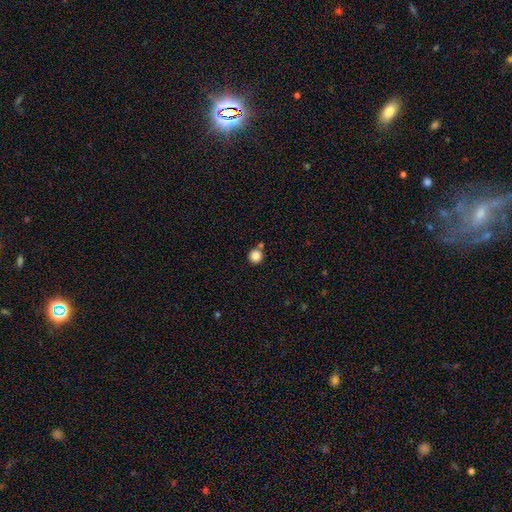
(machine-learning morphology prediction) Smooth or featured? Predicted: smooth (p=0.85). How rounded? Predicted: round (p=0.94). Merging? Predicted: none (p=0.74).